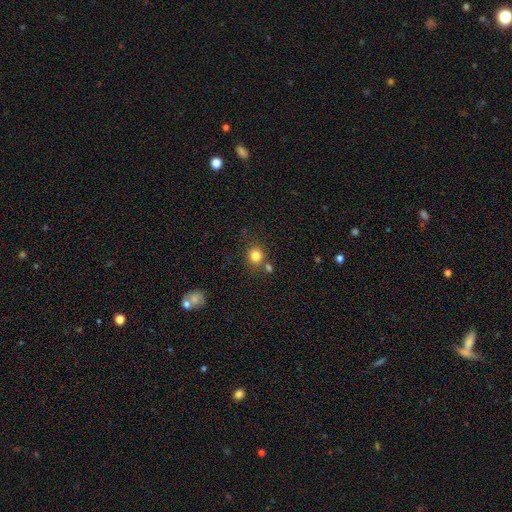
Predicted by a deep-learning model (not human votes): Smooth or featured: smooth — 82% (star or artifact — 12%)
How rounded: round — 83% (in between — 16%)
Merging: none — 72% (merger — 14%)